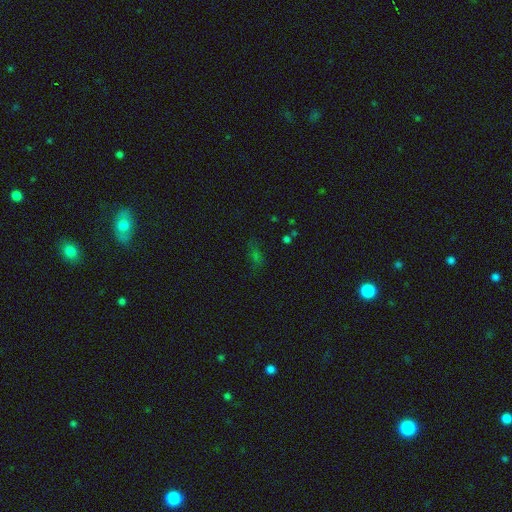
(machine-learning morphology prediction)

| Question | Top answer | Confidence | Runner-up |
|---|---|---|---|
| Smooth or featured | smooth | 44% | star or artifact (42%) |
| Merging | none | 70% | minor disturbance (16%) |